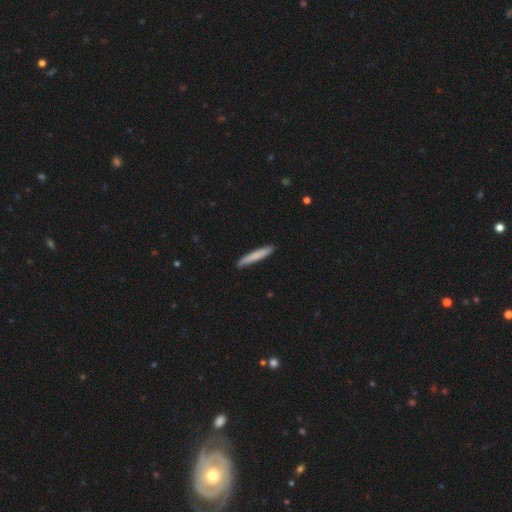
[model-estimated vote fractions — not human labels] The model was most divided on "smooth or featured": smooth: 78%, featured or disk: 17%, star or artifact: 5%. More confident: how rounded — cigar-shaped (95%); merging — none (89%).